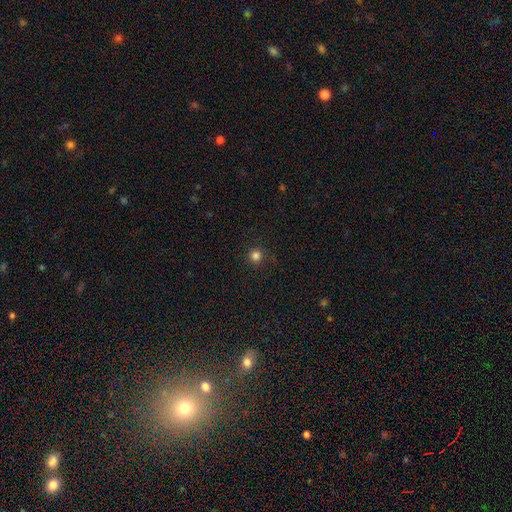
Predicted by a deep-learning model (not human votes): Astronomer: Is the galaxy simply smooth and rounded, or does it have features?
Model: smooth — 82%.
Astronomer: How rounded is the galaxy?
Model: round — 96%.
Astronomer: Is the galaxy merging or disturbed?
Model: none — 91%.